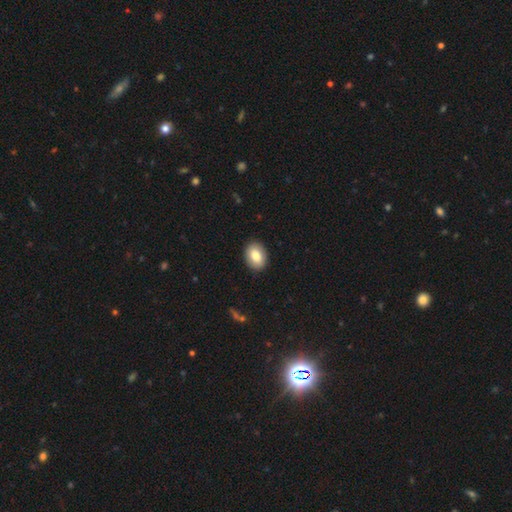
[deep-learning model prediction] Smooth or featured? smooth (84%)
How rounded? in between (77%)
Merging? none (90%)